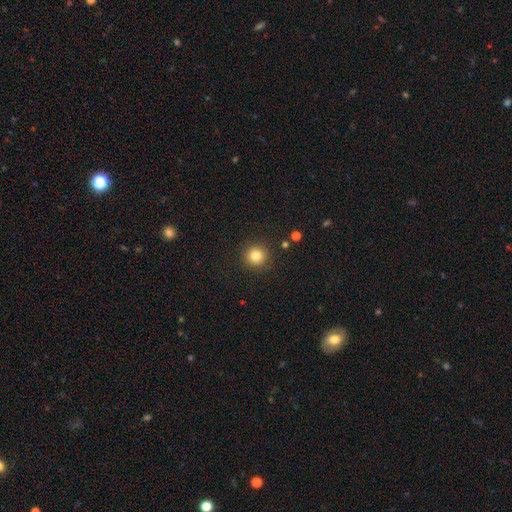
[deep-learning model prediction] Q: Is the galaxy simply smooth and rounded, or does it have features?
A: smooth — 81%.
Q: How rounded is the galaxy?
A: round — 94%.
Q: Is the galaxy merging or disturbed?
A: none — 91%.